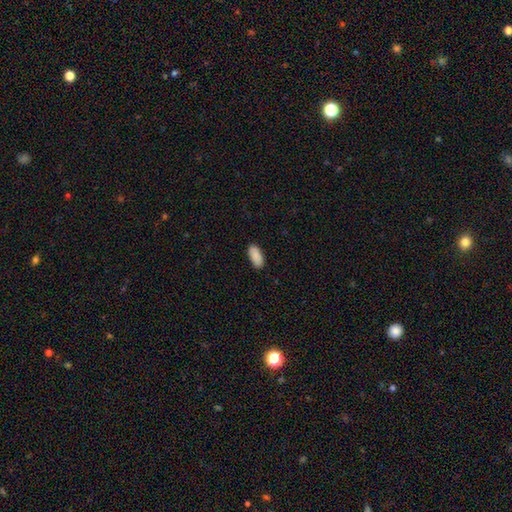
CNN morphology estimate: Overall: smooth (90%). How rounded: in between (90%). Merging: none (88%).